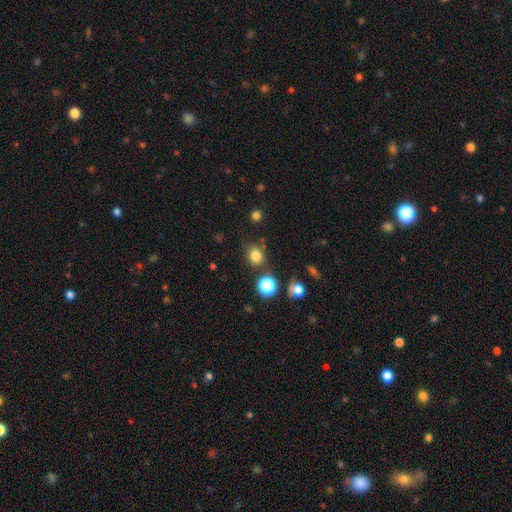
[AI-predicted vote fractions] This is likely a smooth galaxy (79%). How rounded: likely round (71%). Merging: likely none (76%).